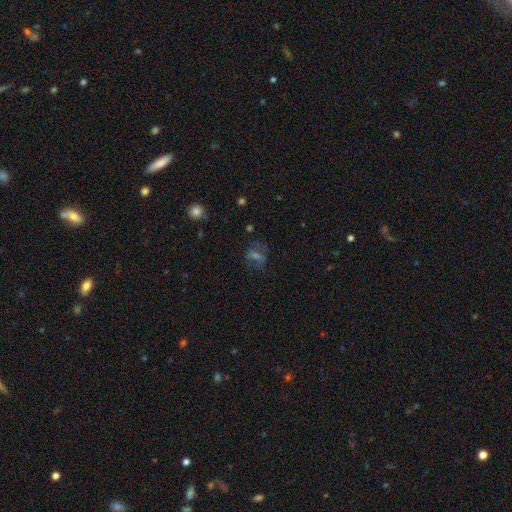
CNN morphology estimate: Smooth or featured? featured or disk (36%)
Merging? none (68%)